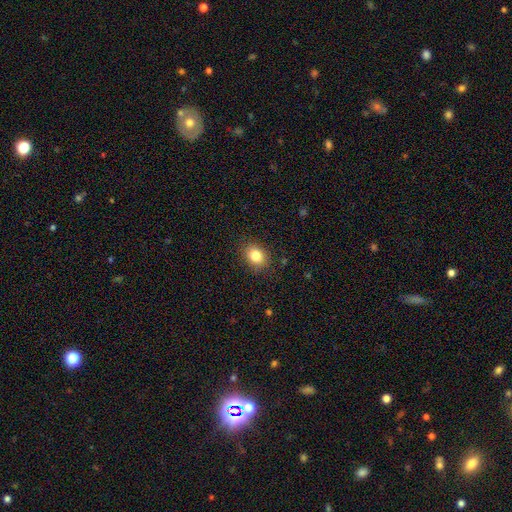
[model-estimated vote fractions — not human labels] This appears to be a smooth galaxy with no disk features (82%) that is in between round and cigar-shaped (54%). Merging: none (86%).